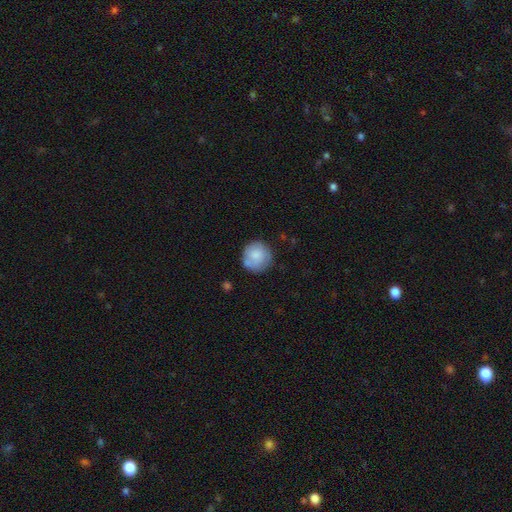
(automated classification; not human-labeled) This is likely a smooth galaxy (75%). How rounded: clearly round (90%). Merging: likely none (71%).